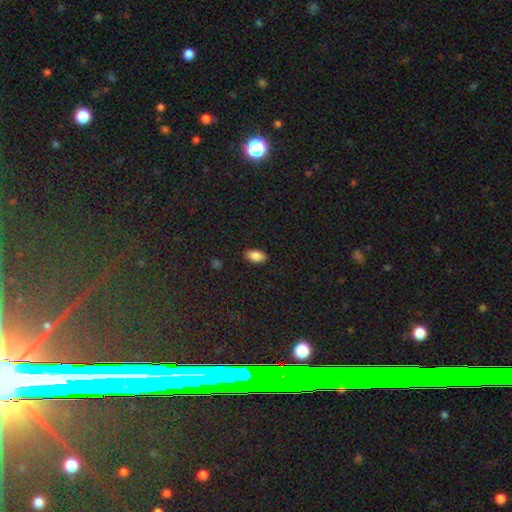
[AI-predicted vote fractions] smooth-or-featured: smooth: 87% | star or artifact: 8% | featured or disk: 5%
  how-rounded: in between: 93% | round: 4% | cigar-shaped: 3%
  merging: none: 88% | minor disturbance: 9% | major disturbance: 2% | merger: 1%